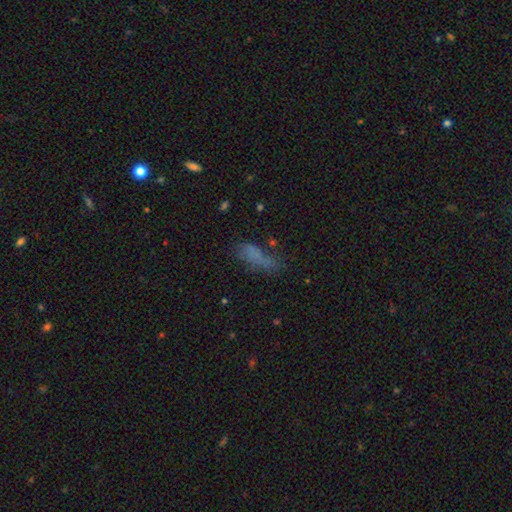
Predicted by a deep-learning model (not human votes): smooth-or-featured: smooth: 65% | featured or disk: 19% | star or artifact: 17%
  how-rounded: in between: 58% | cigar-shaped: 38% | round: 4%
  merging: none: 44% | minor disturbance: 26% | major disturbance: 23% | merger: 7%